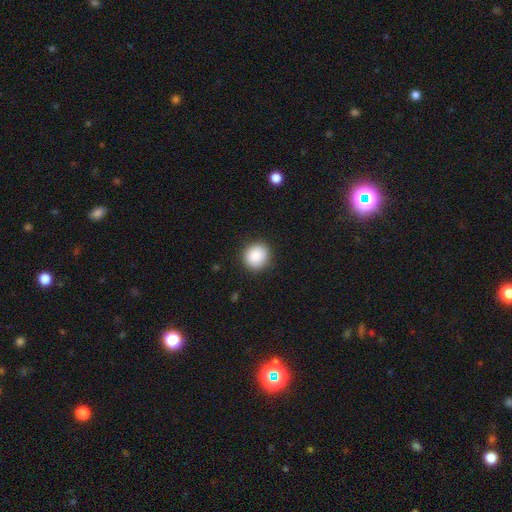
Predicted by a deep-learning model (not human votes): smooth_or_featured: smooth (p=0.87) [alt: star or artifact p=0.08]
how_rounded: round (p=0.87) [alt: in between p=0.12]
merging: none (p=0.89) [alt: minor disturbance p=0.08]